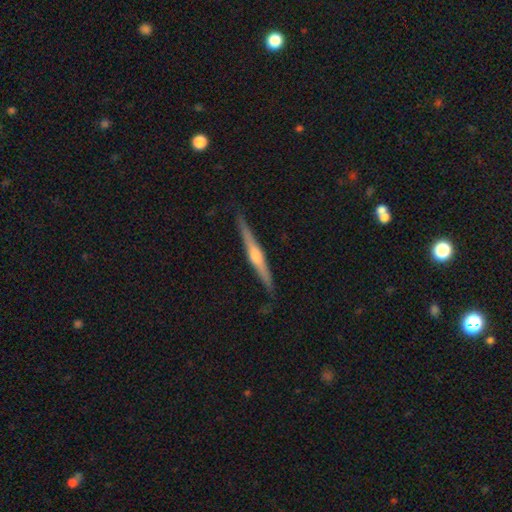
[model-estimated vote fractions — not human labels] smooth_or_featured: featured or disk (p=0.75) [alt: smooth p=0.20]
disk_edge_on: yes (p=0.98) [alt: no p=0.02]
edge_on_bulge: rounded (p=0.85) [alt: none p=0.09]
merging: none (p=0.87) [alt: minor disturbance p=0.10]